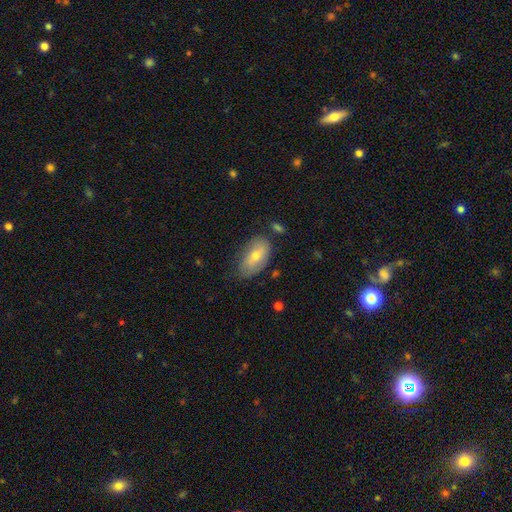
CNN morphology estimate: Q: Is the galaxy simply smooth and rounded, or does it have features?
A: smooth — 63%.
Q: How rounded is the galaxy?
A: in between — 91%.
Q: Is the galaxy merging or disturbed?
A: none — 65%.